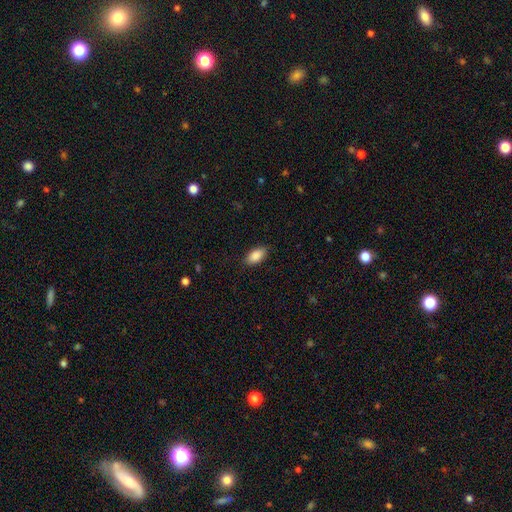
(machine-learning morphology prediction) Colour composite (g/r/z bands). It shows a smooth galaxy with no disk features (88%) that is in between round and cigar-shaped (93%). Merging: none (86%).